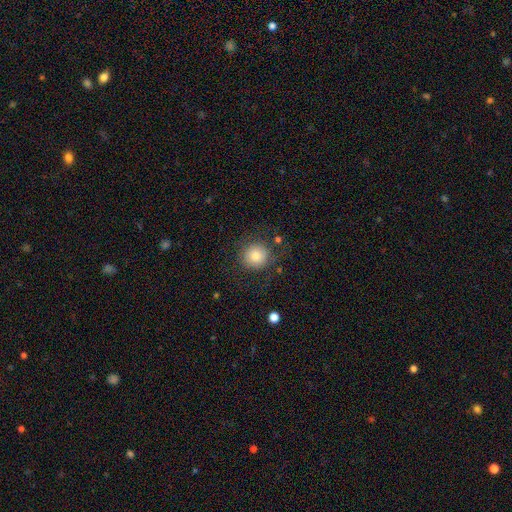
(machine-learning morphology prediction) Smooth or featured?
  - smooth: 80% *
  - featured or disk: 10%
  - star or artifact: 10%
How rounded?
  - round: 92% *
  - in between: 7%
  - cigar-shaped: 1%
Merging?
  - none: 79% *
  - minor disturbance: 12%
  - major disturbance: 7%
  - merger: 2%